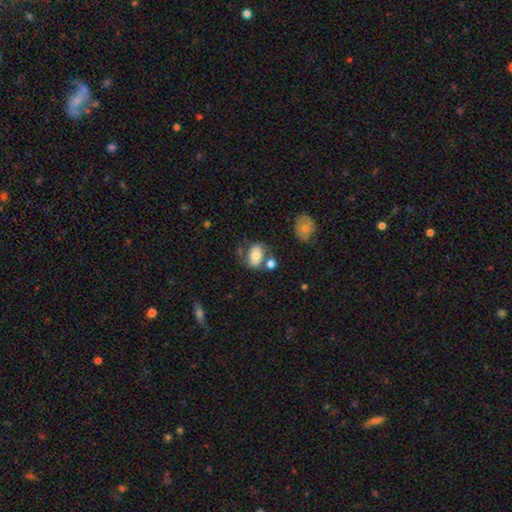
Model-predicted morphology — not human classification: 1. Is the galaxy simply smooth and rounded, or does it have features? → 58% smooth, 34% featured or disk, 8% star or artifact.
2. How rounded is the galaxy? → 74% in between, 24% round, 1% cigar-shaped.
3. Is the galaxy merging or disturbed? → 47% none, 22% merger, 19% minor disturbance, 12% major disturbance.